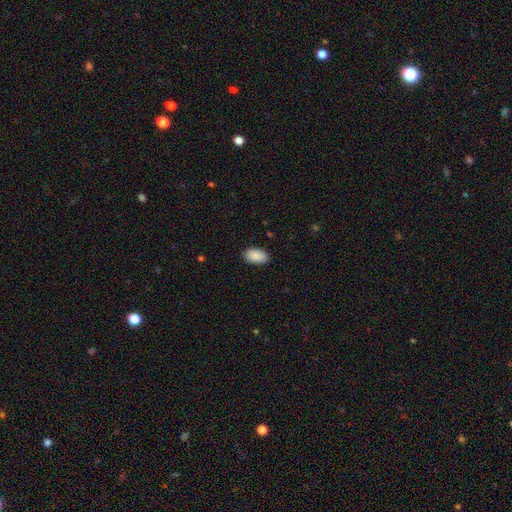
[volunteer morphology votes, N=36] This is clearly a smooth galaxy (89%). How rounded: clearly in between (97%). Merging: clearly none (91%).